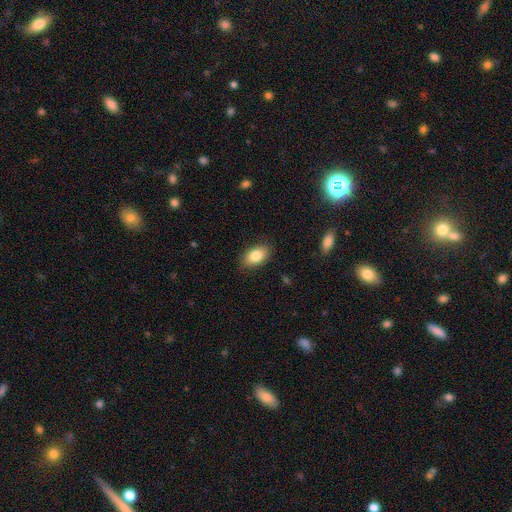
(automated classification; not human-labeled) Q: Smooth or featured?
A: smooth (84%); runner-up: featured or disk (9%)
Q: How rounded?
A: in between (91%); runner-up: round (7%)
Q: Merging?
A: none (86%); runner-up: minor disturbance (10%)